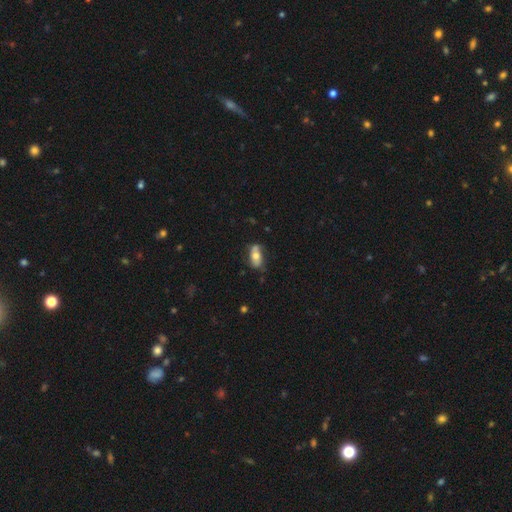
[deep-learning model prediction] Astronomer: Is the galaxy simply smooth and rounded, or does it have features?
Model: smooth — 61%.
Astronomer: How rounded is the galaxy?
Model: in between — 86%.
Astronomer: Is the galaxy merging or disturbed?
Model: none — 60%.